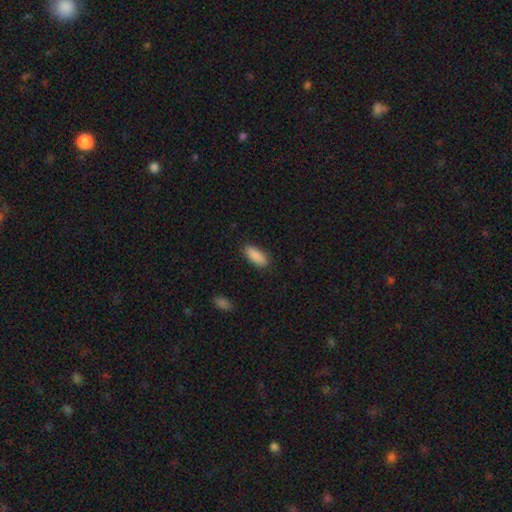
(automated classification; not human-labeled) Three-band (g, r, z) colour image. It shows a smooth galaxy with no disk features (89%) that is in between round and cigar-shaped (78%). Merging: none (88%).